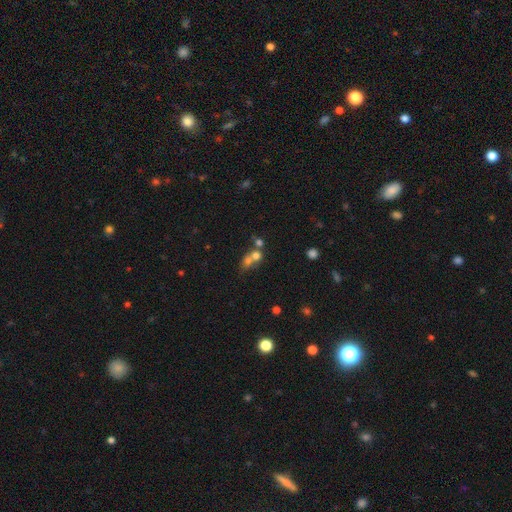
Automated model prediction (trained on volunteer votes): smooth 65%, featured or disk 19%, star or artifact 16%. Down the decision tree: how rounded — round (69%); merging — merger (62%).